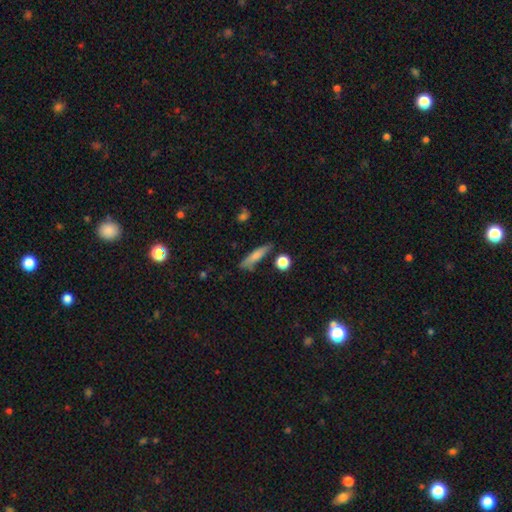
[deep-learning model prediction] smooth_or_featured: smooth (p=0.73) [alt: featured or disk p=0.20]
how_rounded: cigar-shaped (p=0.79) [alt: in between p=0.18]
merging: none (p=0.73) [alt: minor disturbance p=0.17]